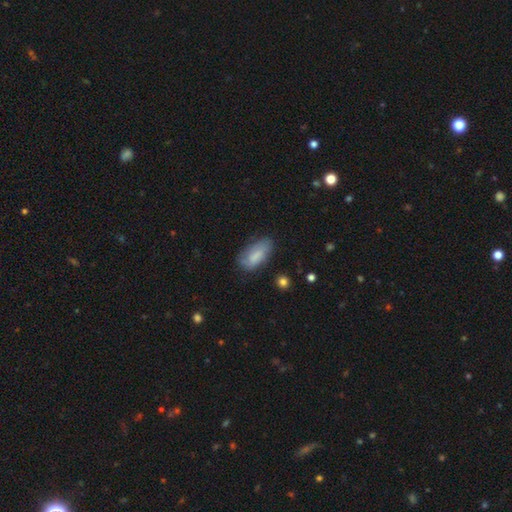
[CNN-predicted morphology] type=smooth (74%); roundness=in between (90%); merging=none (66%).